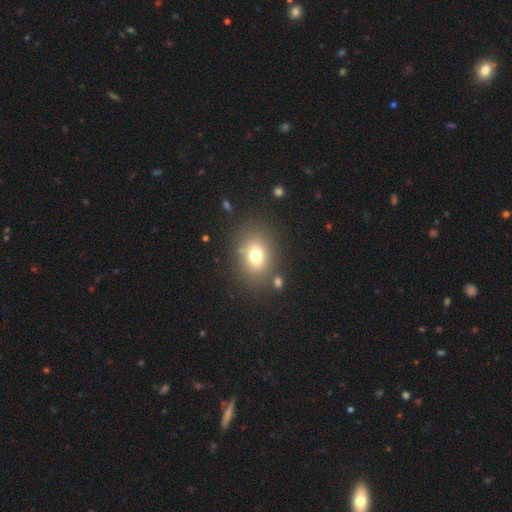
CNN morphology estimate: smooth-or-featured: smooth: 73% | star or artifact: 14% | featured or disk: 13%
  how-rounded: in between: 59% | round: 40% | cigar-shaped: 1%
  merging: none: 78% | minor disturbance: 11% | merger: 6% | major disturbance: 5%